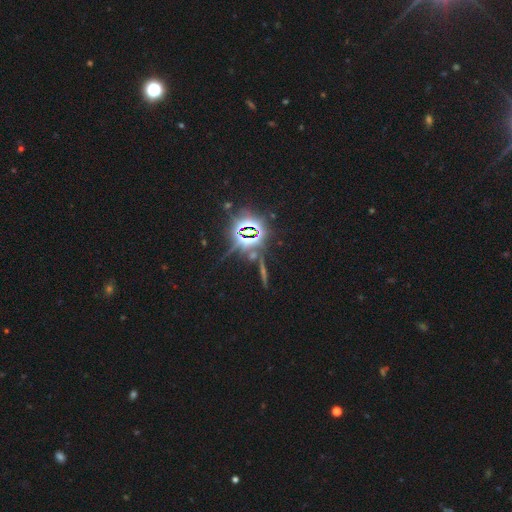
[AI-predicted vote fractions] Smooth or featured? star or artifact (85%)